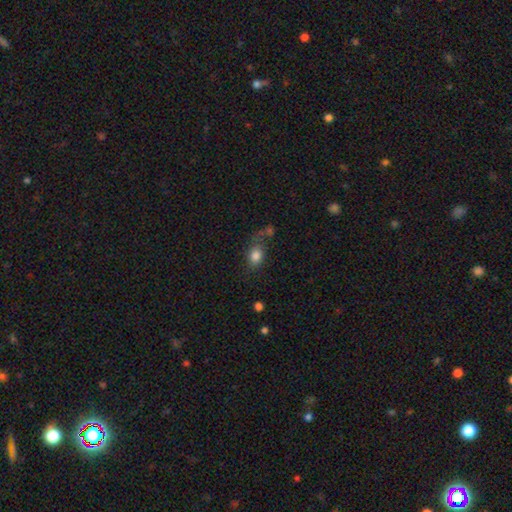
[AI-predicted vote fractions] This appears to be a smooth galaxy with no disk features (81%) that is in between round and cigar-shaped (59%). Merging: none (48%).